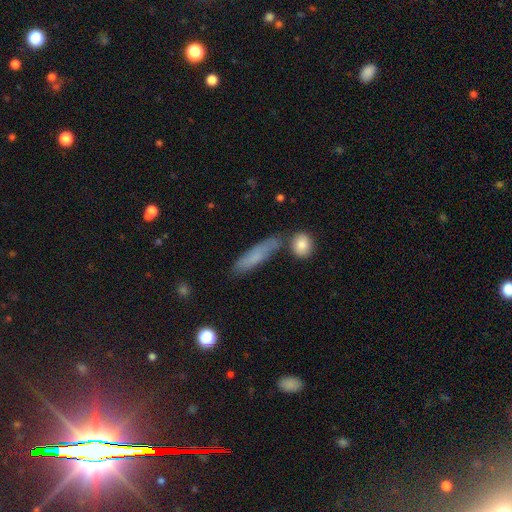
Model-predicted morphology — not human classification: A smooth galaxy with no disk features (70%) that is cigar-shaped (73%). Merging: none (69%).